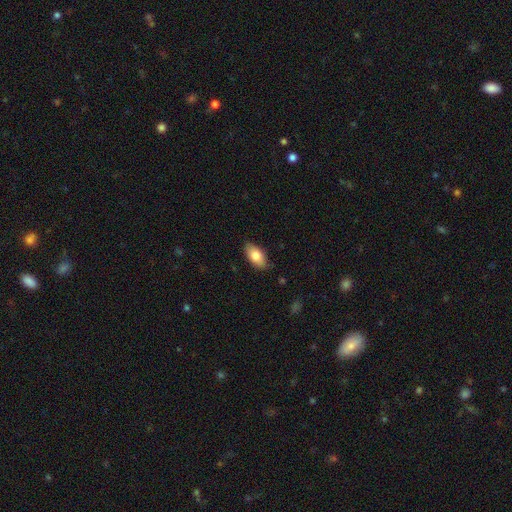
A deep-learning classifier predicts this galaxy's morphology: Overall: smooth (81%). How rounded: in between (93%). Merging: none (84%).